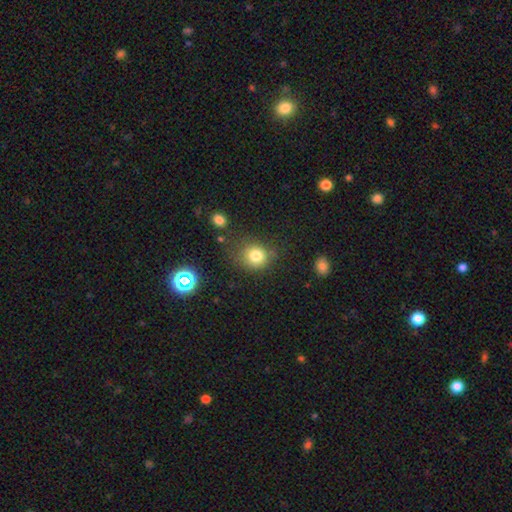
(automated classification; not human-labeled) Overall: smooth (80%). How rounded: round (80%). Merging: none (69%).